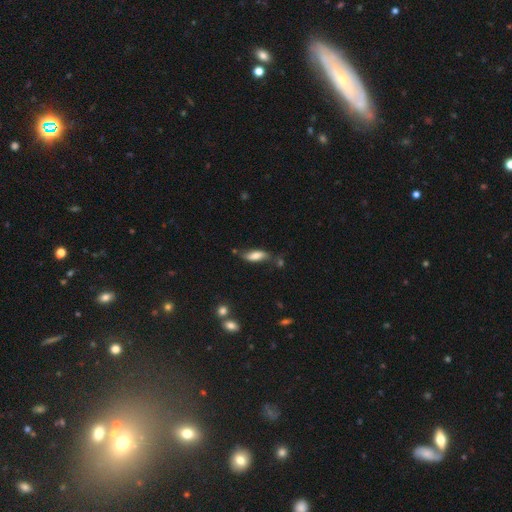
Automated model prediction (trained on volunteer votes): smooth-or-featured: smooth: 71% | featured or disk: 22% | star or artifact: 7%
  how-rounded: in between: 65% | cigar-shaped: 32% | round: 2%
  merging: none: 63% | minor disturbance: 25% | major disturbance: 6% | merger: 6%